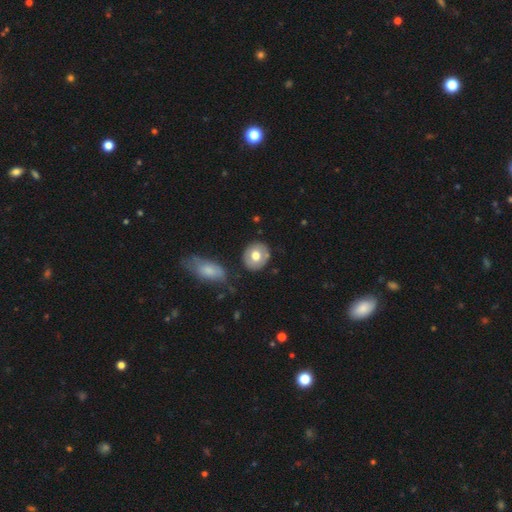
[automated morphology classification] This is likely a smooth galaxy (67%). How rounded: likely round (70%). Merging: clearly none (80%).